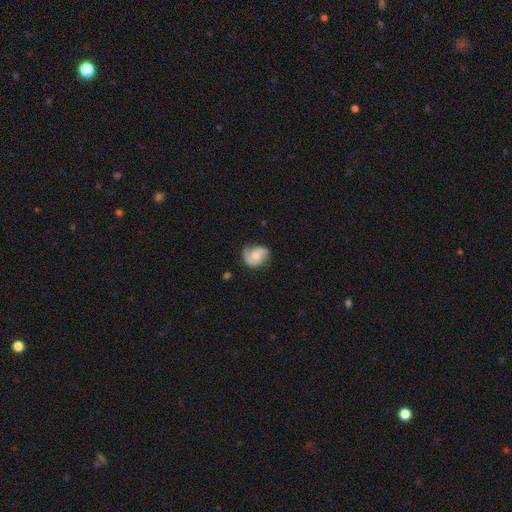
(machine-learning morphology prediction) A featured or disk galaxy (63%) with no bar (61%), 2 (81%) medium (45%) spiral arms (91%) and a moderate central bulge (57%).

Vote fractions:
- Smooth or featured? featured or disk: 63% / smooth: 30% / star or artifact: 7%
- Edge-on disk? no: 97% / yes: 3%
- Bar? no: 61% / weak: 33% / strong: 6%
- Spiral arms? yes: 91% / no: 9%
- Spiral winding? medium: 45% / tight: 29% / loose: 26%
- Spiral arm count? 2: 81% / can't tell: 8% / 1: 7% / 3: 2% / 4: 1% / more than 4: 1%
- Bulge size? moderate: 57% / small: 30% / large: 7% / none: 5% / dominant: 1%
- Merging? none: 69% / minor disturbance: 22% / major disturbance: 7% / merger: 1%